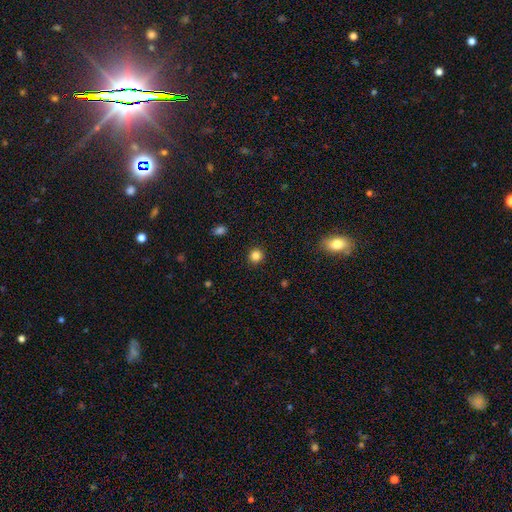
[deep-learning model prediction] smooth 84%, star or artifact 12%, featured or disk 4%. Down the decision tree: how rounded — round (93%); merging — none (92%).